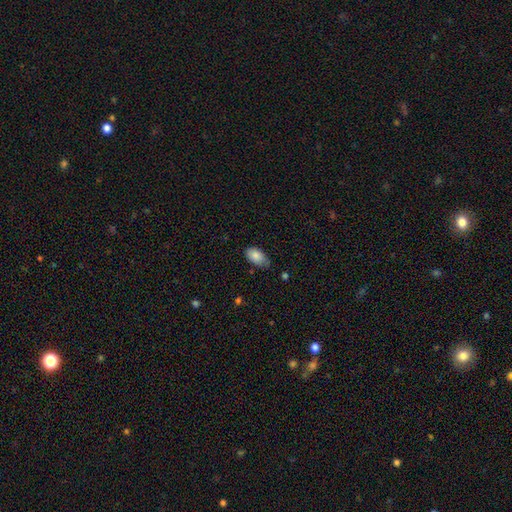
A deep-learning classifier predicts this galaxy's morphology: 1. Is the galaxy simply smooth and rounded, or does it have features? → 85% smooth, 8% featured or disk, 7% star or artifact.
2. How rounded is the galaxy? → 94% in between, 4% round, 2% cigar-shaped.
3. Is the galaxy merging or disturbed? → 59% none, 34% minor disturbance, 5% major disturbance, 2% merger.